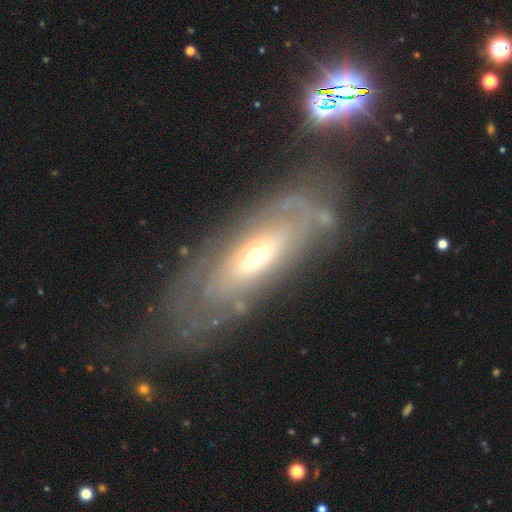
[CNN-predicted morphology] Smooth or featured?
  - featured or disk: 71% *
  - smooth: 22%
  - star or artifact: 8%
Edge-on disk?
  - no: 84% *
  - yes: 16%
Bar?
  - no: 78% *
  - weak: 16%
  - strong: 6%
Spiral arms?
  - yes: 51% *
  - no: 49%
Bulge size?
  - moderate: 54% *
  - small: 38%
  - large: 6%
  - dominant: 1%
  - none: 1%
Merging?
  - none: 65% *
  - minor disturbance: 18%
  - major disturbance: 14%
  - merger: 3%